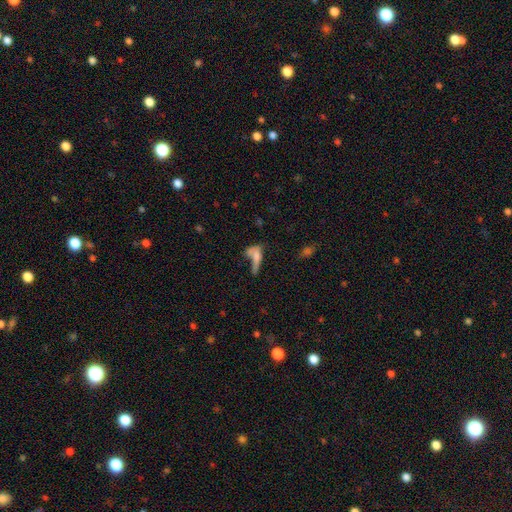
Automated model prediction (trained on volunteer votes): Smooth or featured? smooth (60%)
How rounded? cigar-shaped (50%)
Merging? merger (36%)